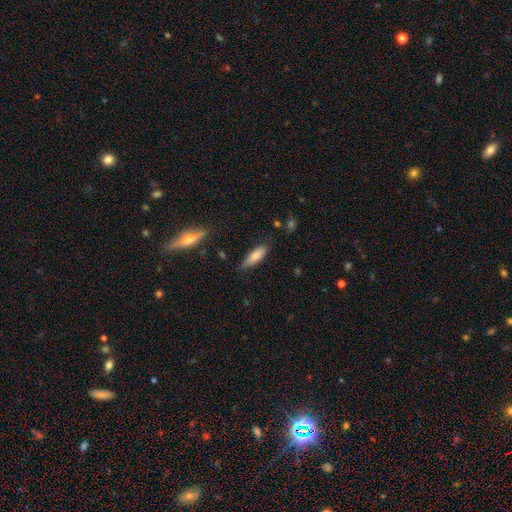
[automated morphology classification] Q: Smooth or featured?
A: smooth (78%); runner-up: featured or disk (15%)
Q: How rounded?
A: in between (55%); runner-up: cigar-shaped (44%)
Q: Merging?
A: none (72%); runner-up: minor disturbance (22%)